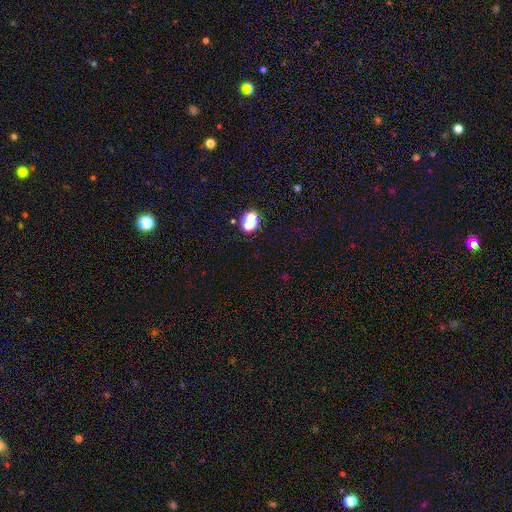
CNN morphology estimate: The model was most divided on "smooth or featured": star or artifact: 54%, smooth: 37%, featured or disk: 9%.